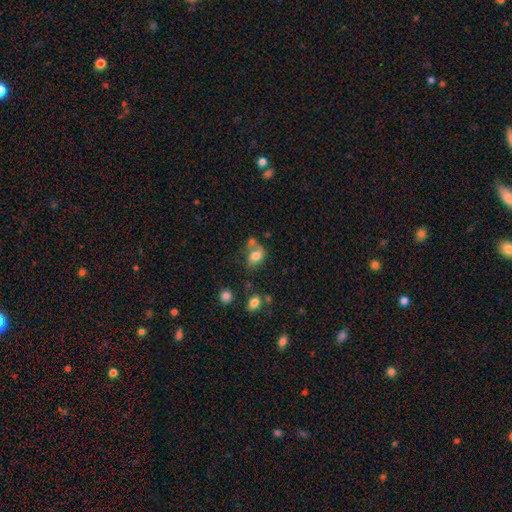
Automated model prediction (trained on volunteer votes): smooth-or-featured: smooth: 77% | featured or disk: 13% | star or artifact: 10%
  how-rounded: in between: 66% | round: 33% | cigar-shaped: 1%
  merging: none: 40% | merger: 30% | minor disturbance: 20% | major disturbance: 11%